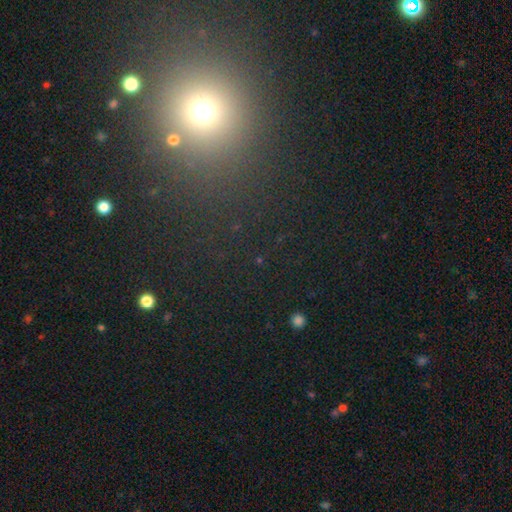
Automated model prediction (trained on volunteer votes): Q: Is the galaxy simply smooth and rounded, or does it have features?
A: star or artifact — 52%.